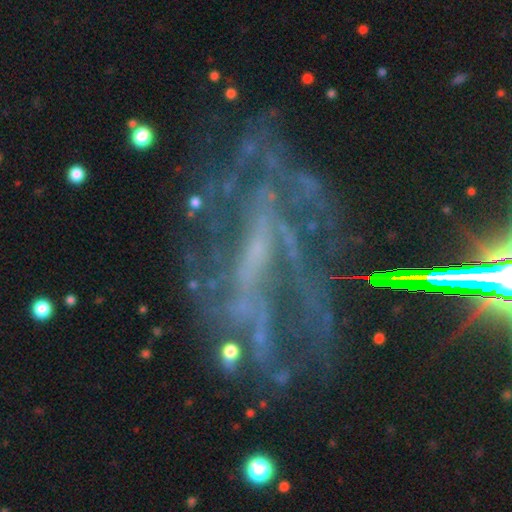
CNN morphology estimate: smooth-or-featured: featured or disk: 69% | star or artifact: 22% | smooth: 9%
  disk-edge-on: no: 81% | yes: 19%
    bar: strong: 40% | weak: 32% | no: 28%
    has-spiral-arms: yes: 75% | no: 25%
    bulge-size: small: 45% | none: 40% | moderate: 11% | large: 2% | dominant: 2%
  merging: none: 54% | major disturbance: 23% | minor disturbance: 18% | merger: 5%